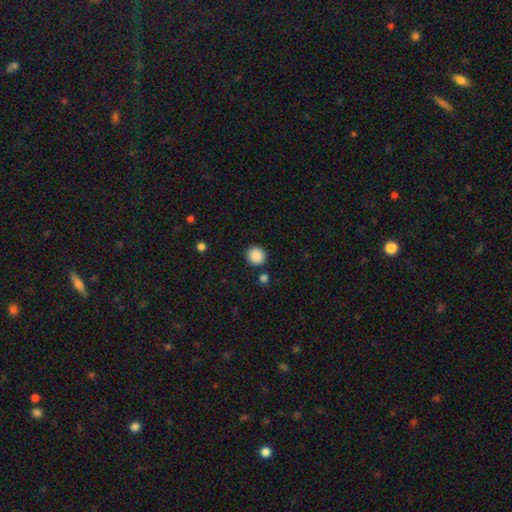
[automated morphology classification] Smooth or featured?
  - smooth: 88% *
  - star or artifact: 9%
  - featured or disk: 3%
How rounded?
  - round: 87% *
  - in between: 12%
  - cigar-shaped: 1%
Merging?
  - none: 87% *
  - minor disturbance: 7%
  - merger: 4%
  - major disturbance: 2%